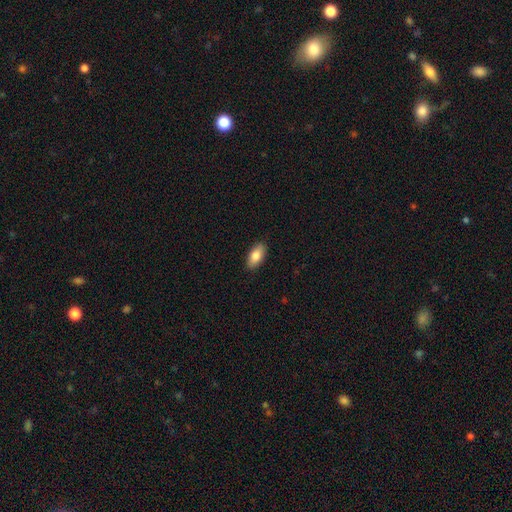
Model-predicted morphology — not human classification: This is clearly a smooth galaxy (83%). How rounded: clearly in between (91%). Merging: clearly none (89%).